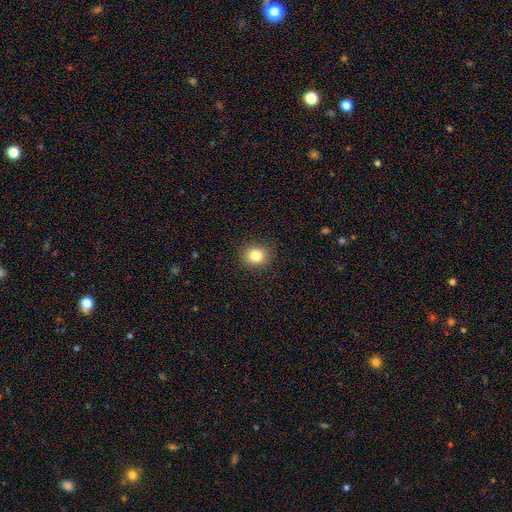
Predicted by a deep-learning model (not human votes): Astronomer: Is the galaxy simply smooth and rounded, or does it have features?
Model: smooth — 83%.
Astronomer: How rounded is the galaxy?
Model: round — 73%.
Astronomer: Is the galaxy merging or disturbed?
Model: none — 89%.